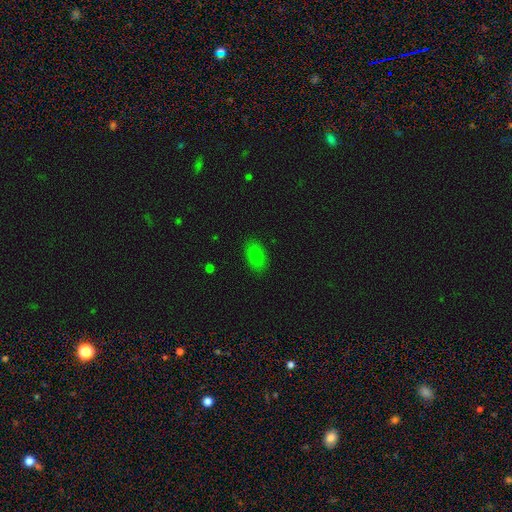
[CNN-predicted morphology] This is likely a smooth galaxy (79%). How rounded: clearly in between (88%). Merging: clearly none (86%).